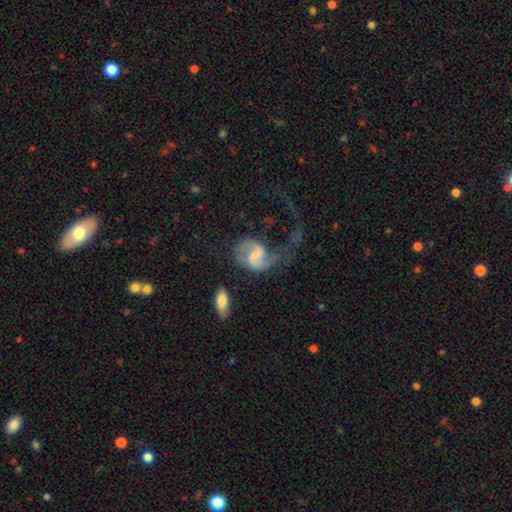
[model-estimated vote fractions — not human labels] Smooth or featured? featured or disk (80%)
Edge-on disk? no (98%)
Bar? weak (54%)
Spiral arms? yes (92%)
Spiral winding? loose (44%)
Spiral arm count? 2 (84%)
Bulge size? none (32%)
Merging? major disturbance (38%)